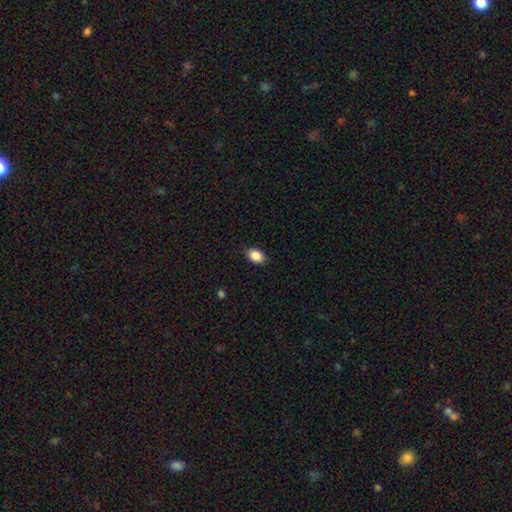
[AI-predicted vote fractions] The model was most divided on "how rounded": in between: 76%, round: 23%, cigar-shaped: 1%. More confident: smooth or featured — smooth (88%); merging — none (87%).